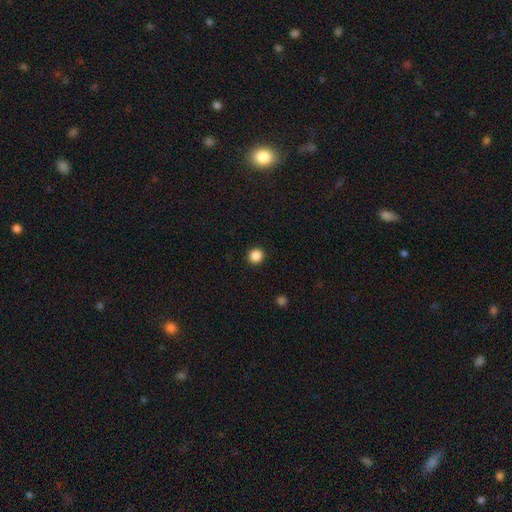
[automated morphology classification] The model was most divided on "smooth or featured": smooth: 87%, star or artifact: 11%, featured or disk: 2%. More confident: how rounded — round (93%); merging — none (93%).